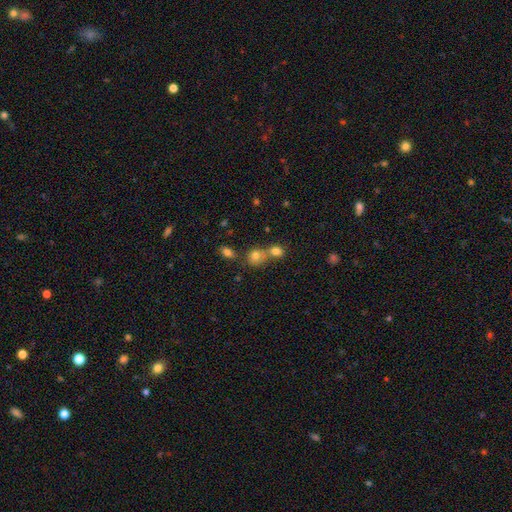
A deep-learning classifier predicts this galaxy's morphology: This appears to be a smooth galaxy with no disk features (77%) that is round (71%). Merging: none (45%).